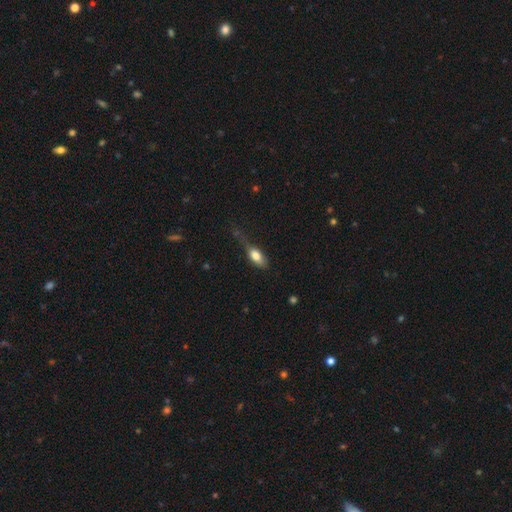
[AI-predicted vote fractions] Smooth or featured: smooth — 75% (featured or disk — 18%)
How rounded: in between — 78% (cigar-shaped — 17%)
Merging: none — 36% (minor disturbance — 35%)